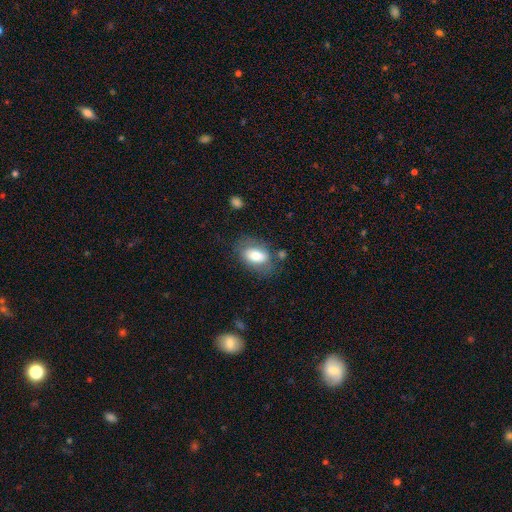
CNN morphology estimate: The model was most divided on "smooth or featured": smooth: 70%, featured or disk: 22%, star or artifact: 8%. More confident: how rounded — in between (87%); merging — none (67%).